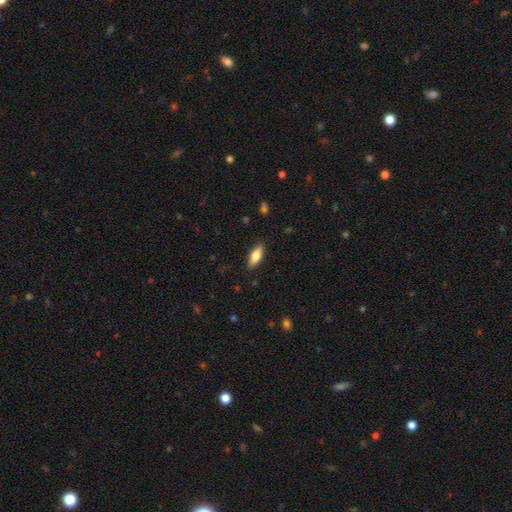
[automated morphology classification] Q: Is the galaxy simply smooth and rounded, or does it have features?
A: smooth — 80%.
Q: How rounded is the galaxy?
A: in between — 74%.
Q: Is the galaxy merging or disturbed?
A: none — 87%.